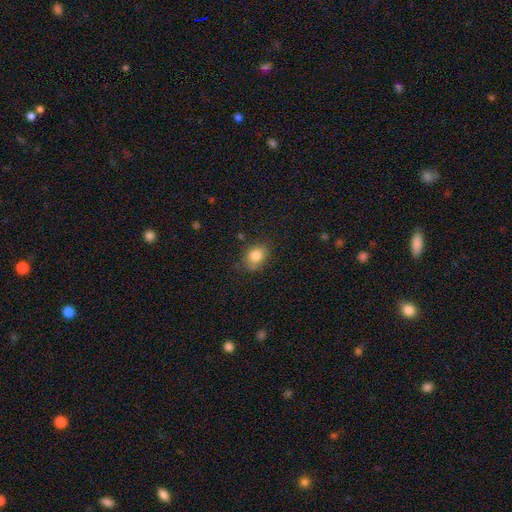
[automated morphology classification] Smooth or featured?
  - smooth: 82% *
  - star or artifact: 10%
  - featured or disk: 8%
How rounded?
  - in between: 54% *
  - round: 45%
  - cigar-shaped: 1%
Merging?
  - none: 73% *
  - minor disturbance: 19%
  - major disturbance: 4%
  - merger: 3%